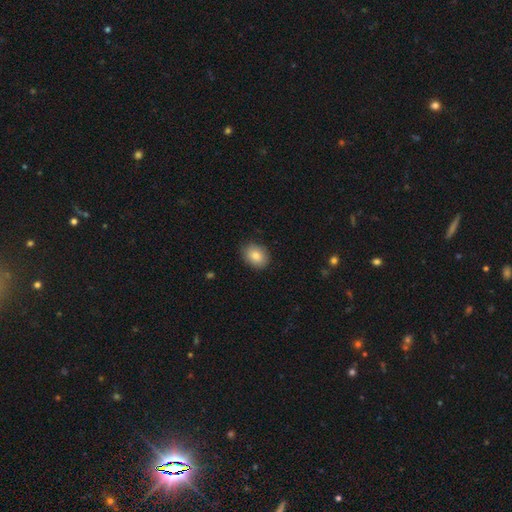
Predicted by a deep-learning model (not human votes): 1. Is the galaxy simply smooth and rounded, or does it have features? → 85% smooth, 8% star or artifact, 7% featured or disk.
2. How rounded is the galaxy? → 56% in between, 43% round, 1% cigar-shaped.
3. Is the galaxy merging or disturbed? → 86% none, 10% minor disturbance, 2% major disturbance, 1% merger.